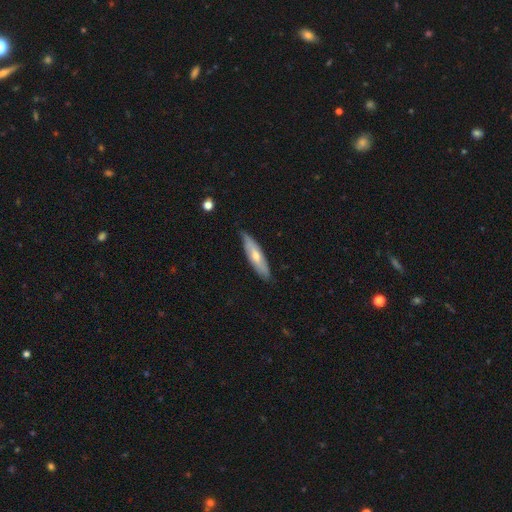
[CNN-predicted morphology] featured or disk 47%, smooth 46%, star or artifact 7%. Down the decision tree: merging — none (84%).